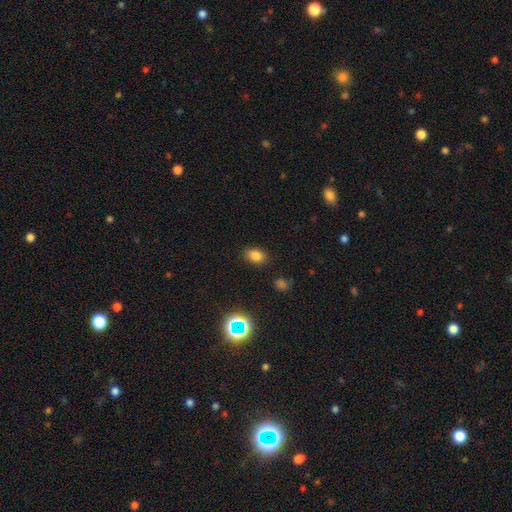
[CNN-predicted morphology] Smooth or featured? Predicted: smooth (p=0.78). How rounded? Predicted: in between (p=0.74). Merging? Predicted: none (p=0.86).